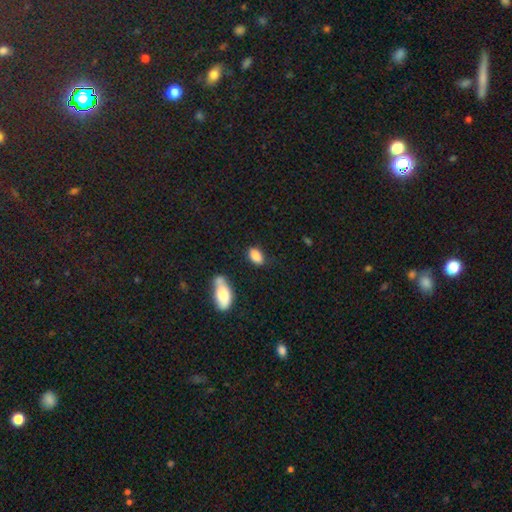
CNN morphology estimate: This appears to be a smooth galaxy with no disk features (86%) that is in between round and cigar-shaped (90%). Merging: none (72%).